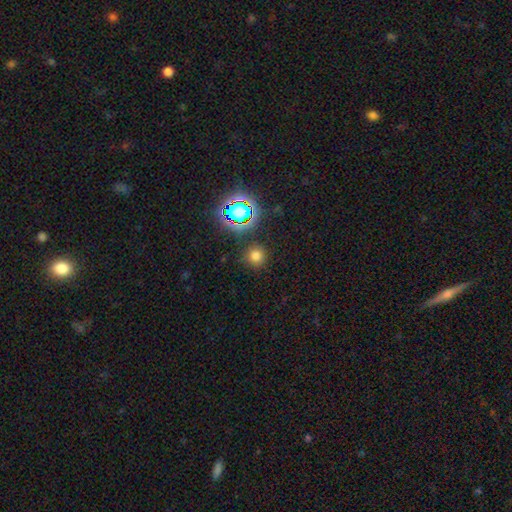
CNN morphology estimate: A smooth galaxy with no disk features (71%) that is round (93%).

Vote fractions:
- Smooth or featured? smooth: 71% / star or artifact: 23% / featured or disk: 6%
- How rounded? round: 93% / in between: 6% / cigar-shaped: 1%
- Merging? none: 87% / minor disturbance: 8% / major disturbance: 3% / merger: 2%